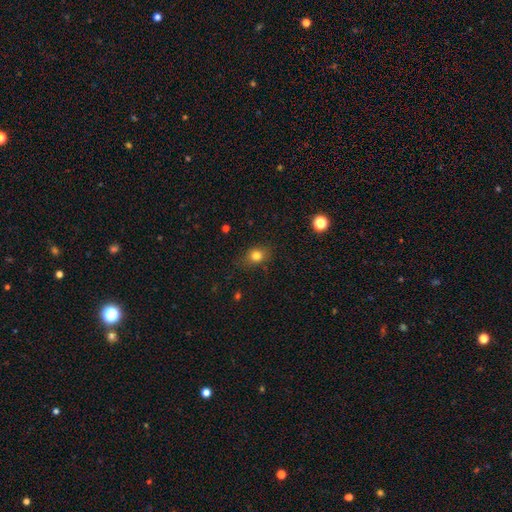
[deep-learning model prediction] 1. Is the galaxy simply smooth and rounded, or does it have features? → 80% smooth, 12% star or artifact, 8% featured or disk.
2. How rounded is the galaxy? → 53% in between, 46% round, 1% cigar-shaped.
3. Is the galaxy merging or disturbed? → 79% none, 16% minor disturbance, 4% major disturbance, 1% merger.